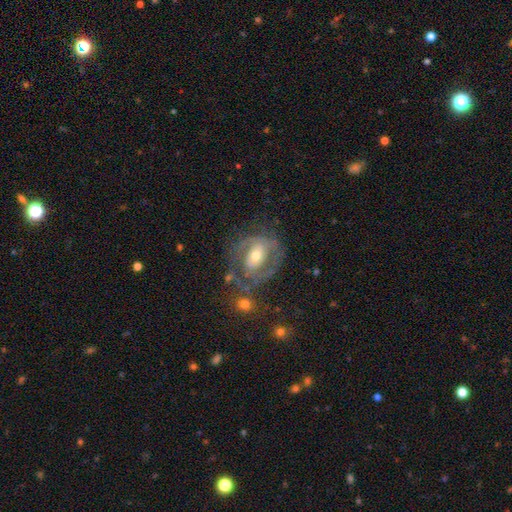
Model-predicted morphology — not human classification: Smooth or featured?
  - featured or disk: 75% *
  - smooth: 17%
  - star or artifact: 8%
Edge-on disk?
  - no: 96% *
  - yes: 4%
Bar?
  - no: 43% *
  - weak: 37%
  - strong: 21%
Spiral arms?
  - yes: 72% *
  - no: 28%
Spiral winding?
  - tight: 50% *
  - medium: 37%
  - loose: 13%
Spiral arm count?
  - 2: 51% *
  - can't tell: 29%
  - 1: 9%
  - 3: 7%
  - 4: 2%
  - more than 4: 2%
Bulge size?
  - moderate: 58% *
  - small: 35%
  - large: 5%
  - none: 1%
  - dominant: 1%
Merging?
  - none: 58% *
  - minor disturbance: 19%
  - major disturbance: 18%
  - merger: 5%